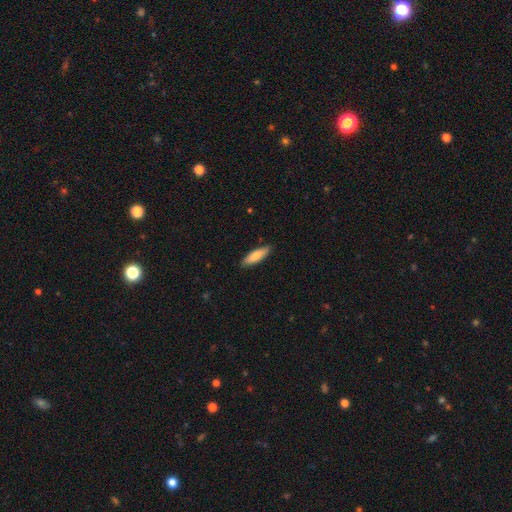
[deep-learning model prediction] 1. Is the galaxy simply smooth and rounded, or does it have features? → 80% smooth, 15% featured or disk, 6% star or artifact.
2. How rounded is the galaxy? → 61% cigar-shaped, 37% in between, 1% round.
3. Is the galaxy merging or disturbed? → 88% none, 10% minor disturbance, 2% major disturbance, 1% merger.